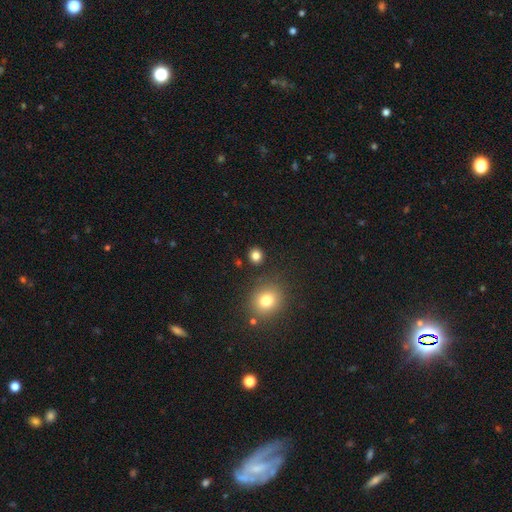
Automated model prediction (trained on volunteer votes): Smooth or featured: smooth — 81% (star or artifact — 14%)
How rounded: round — 86% (in between — 13%)
Merging: none — 87% (minor disturbance — 6%)